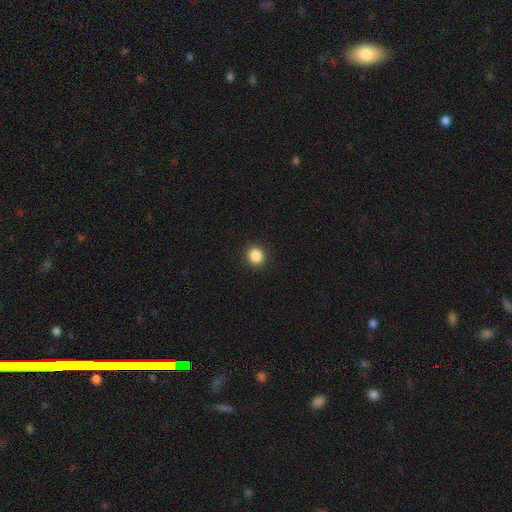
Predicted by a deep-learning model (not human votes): Morphology: type=smooth (87%); roundness=round (89%); merging=none (92%).